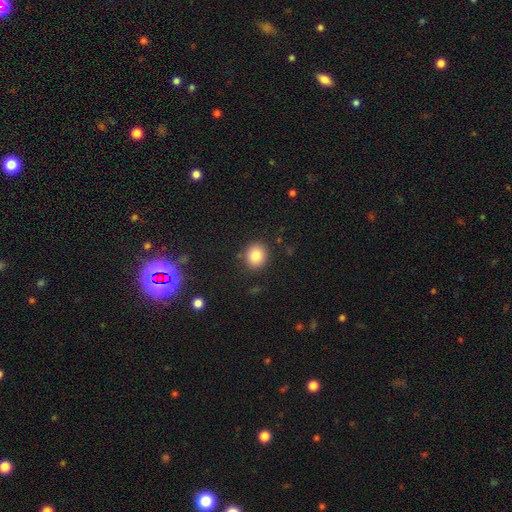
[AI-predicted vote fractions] Morphology: type=smooth (82%); roundness=round (82%); merging=none (89%).